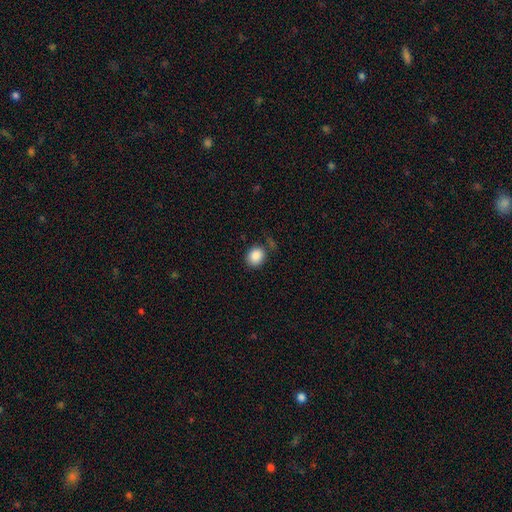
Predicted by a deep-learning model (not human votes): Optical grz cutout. It shows a smooth galaxy with no disk features (87%) that is round (65%). Merging: none (75%).